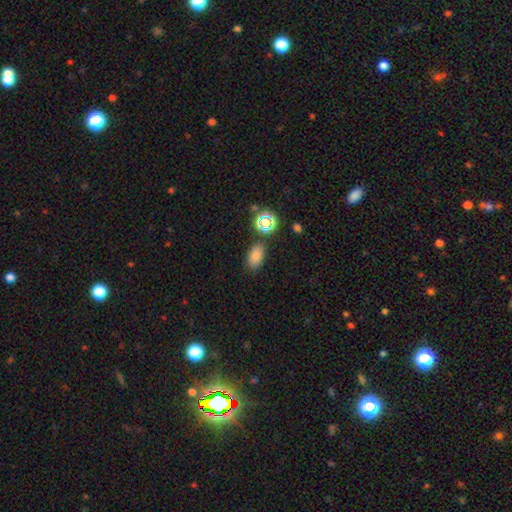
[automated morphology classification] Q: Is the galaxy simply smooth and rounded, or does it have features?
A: smooth — 77%.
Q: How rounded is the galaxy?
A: in between — 88%.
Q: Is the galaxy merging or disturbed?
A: none — 81%.